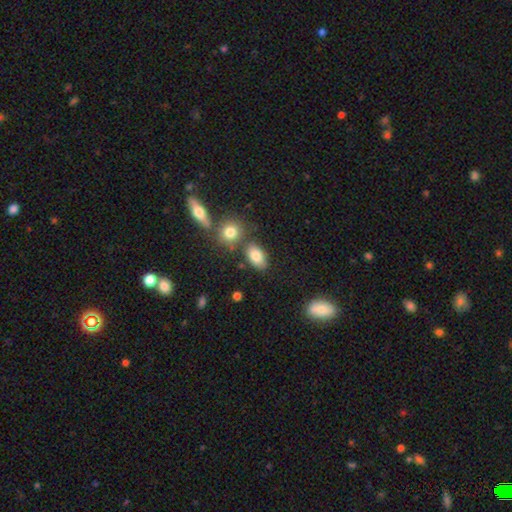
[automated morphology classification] The model was most divided on "merging": none: 71%, minor disturbance: 13%, merger: 13%, major disturbance: 4%. More confident: how rounded — in between (89%); smooth or featured — smooth (82%).